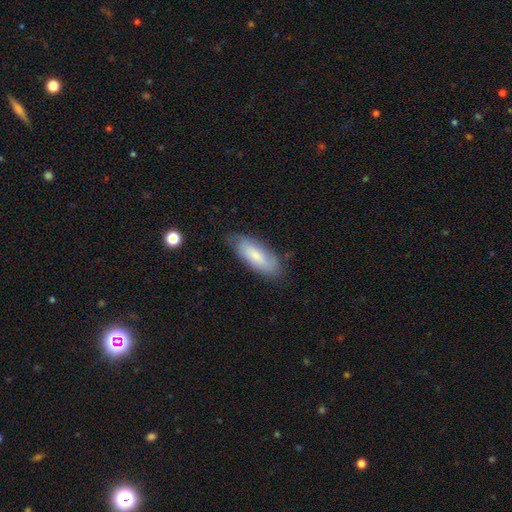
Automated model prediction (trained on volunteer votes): Smooth or featured? Predicted: smooth (p=0.72). How rounded? Predicted: in between (p=0.74). Merging? Predicted: none (p=0.75).